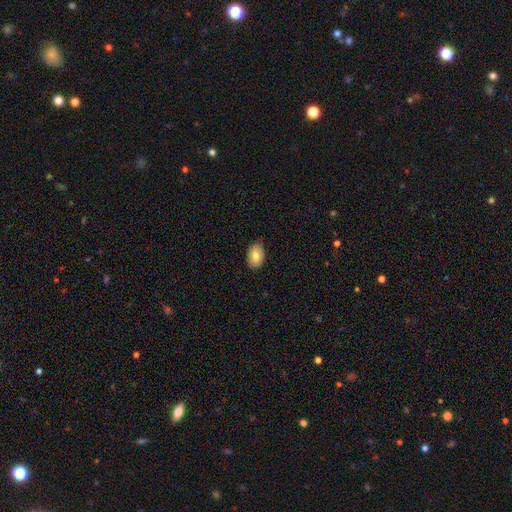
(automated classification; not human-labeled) smooth_or_featured: smooth (p=0.79) [alt: featured or disk p=0.14]
how_rounded: in between (p=0.84) [alt: round p=0.15]
merging: none (p=0.84) [alt: minor disturbance p=0.13]